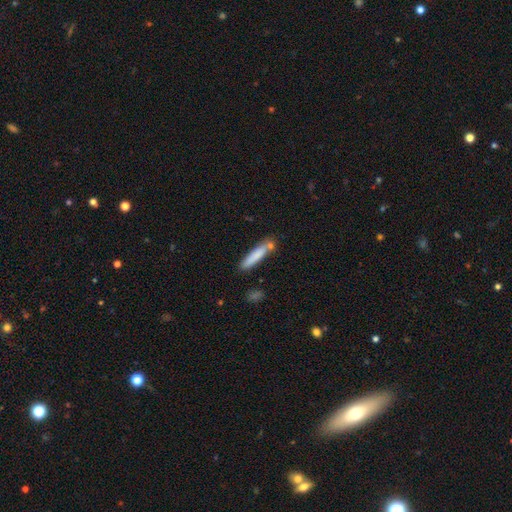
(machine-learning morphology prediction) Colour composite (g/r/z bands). It shows a smooth galaxy with no disk features (79%) that is cigar-shaped (88%). Merging: none (72%).